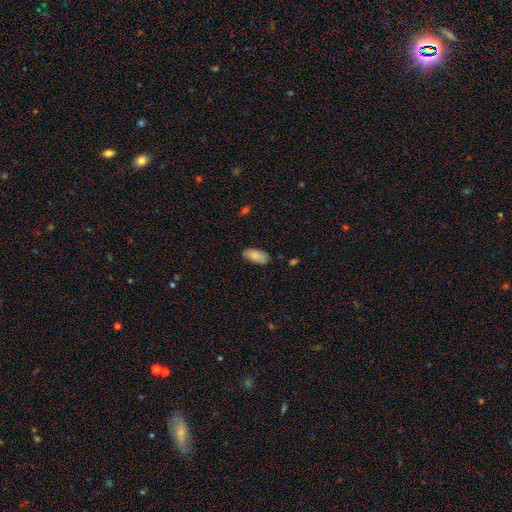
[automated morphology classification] This appears to be a smooth galaxy with no disk features (85%) that is in between round and cigar-shaped (90%). Merging: none (83%).